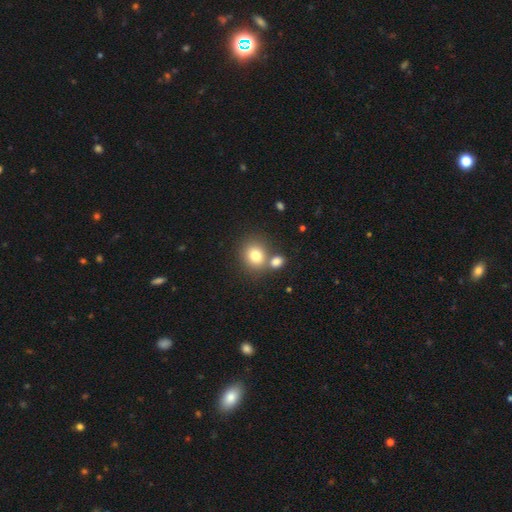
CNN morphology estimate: Q: Smooth or featured?
A: smooth (79%); runner-up: star or artifact (11%)
Q: How rounded?
A: round (72%); runner-up: in between (27%)
Q: Merging?
A: none (57%); runner-up: merger (30%)